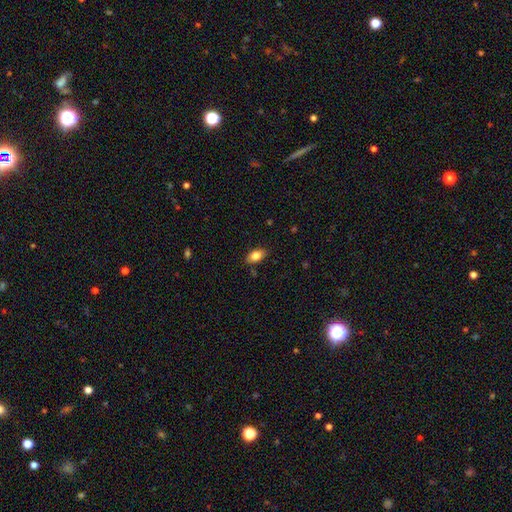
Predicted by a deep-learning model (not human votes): Smooth or featured? smooth (82%)
How rounded? in between (89%)
Merging? none (83%)